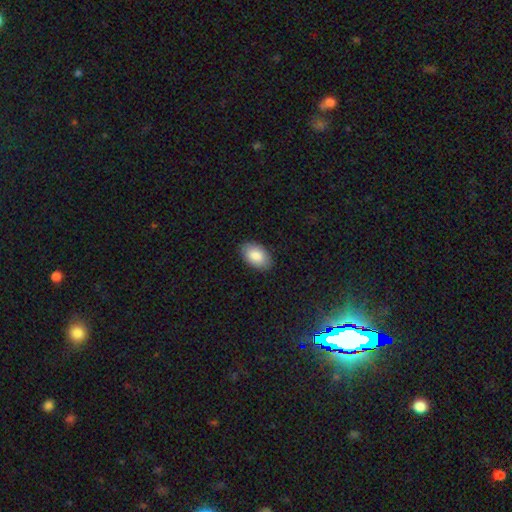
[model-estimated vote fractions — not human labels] A smooth galaxy with no disk features (87%) that is in between round and cigar-shaped (94%).

Vote fractions:
- Smooth or featured? smooth: 87% / featured or disk: 7% / star or artifact: 6%
- How rounded? in between: 94% / round: 5% / cigar-shaped: 1%
- Merging? none: 89% / minor disturbance: 9% / major disturbance: 2% / merger: 1%